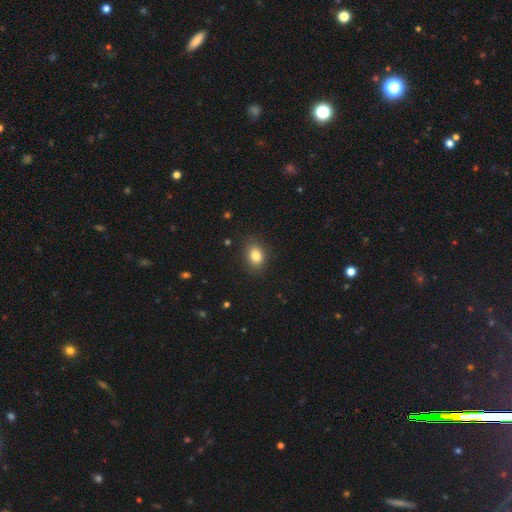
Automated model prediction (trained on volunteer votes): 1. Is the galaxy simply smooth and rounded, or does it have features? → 83% smooth, 10% star or artifact, 7% featured or disk.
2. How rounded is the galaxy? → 70% in between, 29% round, 1% cigar-shaped.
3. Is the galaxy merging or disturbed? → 85% none, 11% minor disturbance, 3% major disturbance, 1% merger.